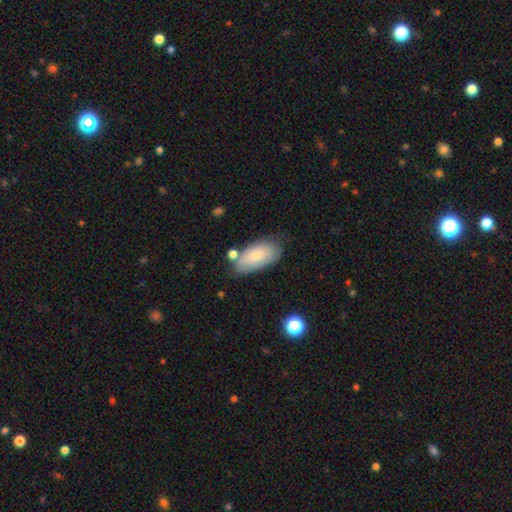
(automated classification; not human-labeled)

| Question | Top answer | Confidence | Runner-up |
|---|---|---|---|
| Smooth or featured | smooth | 74% | featured or disk (20%) |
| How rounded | in between | 93% | cigar-shaped (5%) |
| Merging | none | 65% | minor disturbance (22%) |